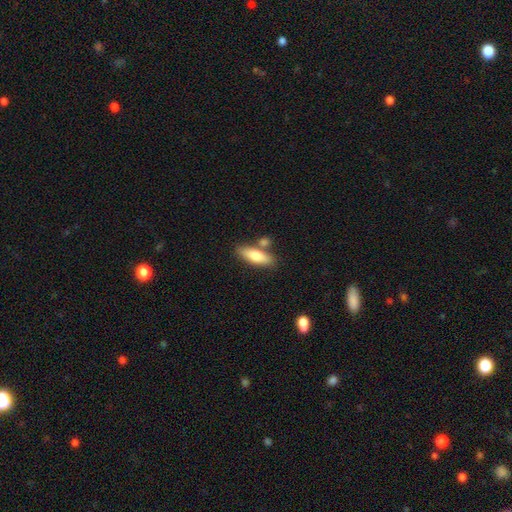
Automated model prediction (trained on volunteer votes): This is likely a smooth galaxy (73%). How rounded: possibly in between (55%). Merging: likely none (68%).